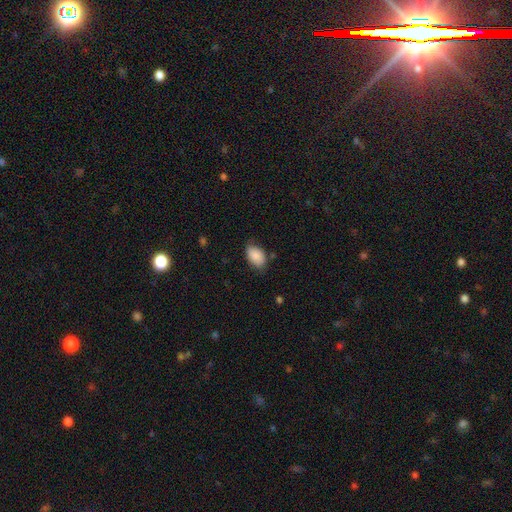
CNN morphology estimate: Smooth or featured? smooth (87%)
How rounded? in between (91%)
Merging? none (71%)